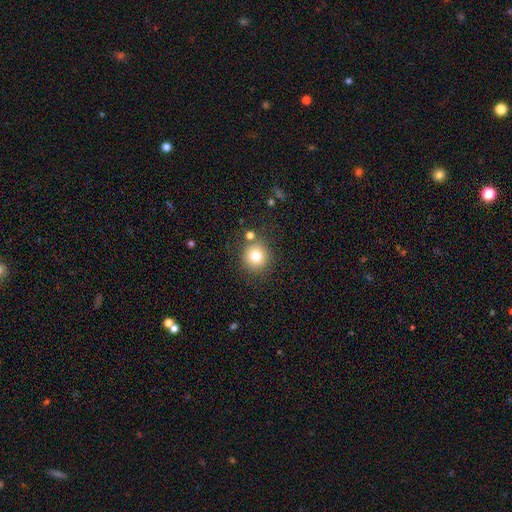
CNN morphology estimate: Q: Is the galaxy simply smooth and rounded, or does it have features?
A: smooth — 79%.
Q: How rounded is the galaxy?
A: round — 90%.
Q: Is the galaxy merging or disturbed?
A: none — 81%.